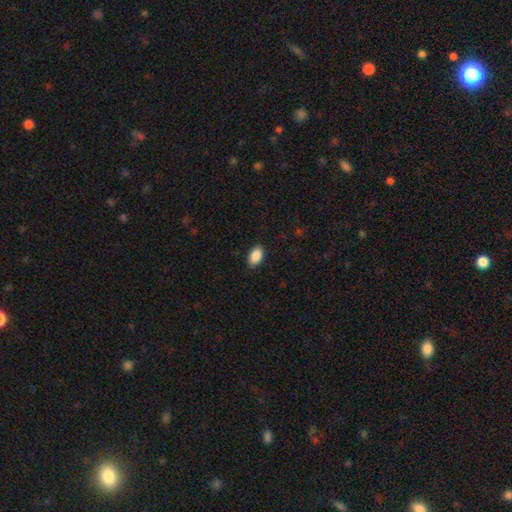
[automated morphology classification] Smooth or featured? Predicted: smooth (p=0.90). How rounded? Predicted: in between (p=0.93). Merging? Predicted: none (p=0.87).